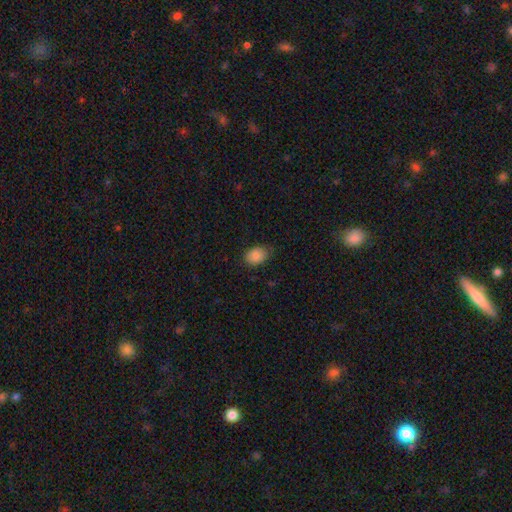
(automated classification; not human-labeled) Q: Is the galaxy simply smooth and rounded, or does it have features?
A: smooth — 87%.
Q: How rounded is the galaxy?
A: in between — 74%.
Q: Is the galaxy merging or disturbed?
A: none — 78%.